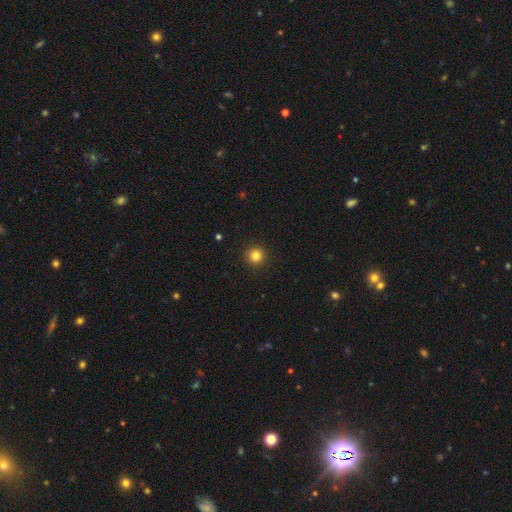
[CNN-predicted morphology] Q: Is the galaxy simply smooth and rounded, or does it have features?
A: smooth — 83%.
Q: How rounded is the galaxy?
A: round — 96%.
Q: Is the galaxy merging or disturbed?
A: none — 93%.